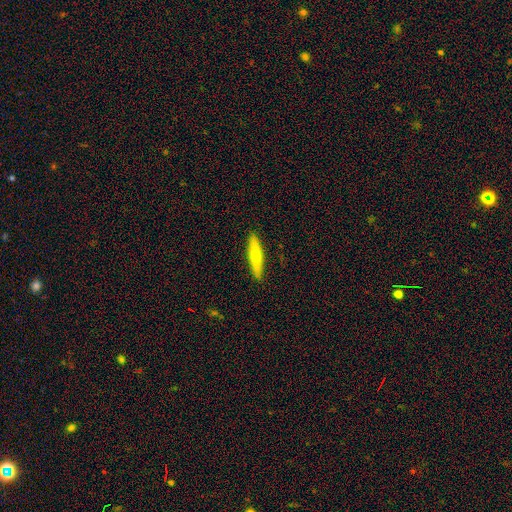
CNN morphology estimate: Smooth or featured? smooth (62%)
How rounded? cigar-shaped (85%)
Merging? none (90%)